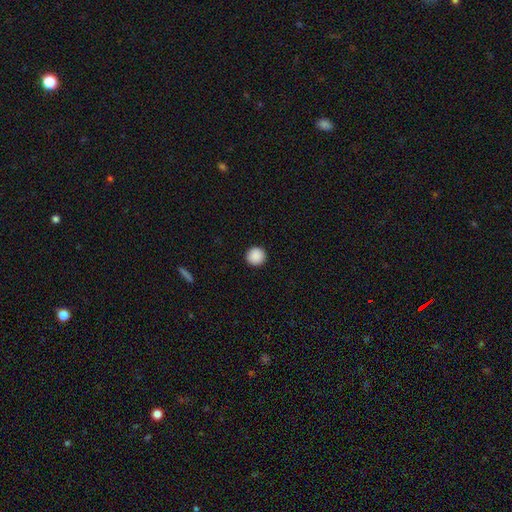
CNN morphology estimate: smooth-or-featured: smooth: 89% | star or artifact: 8% | featured or disk: 2%
  how-rounded: round: 96% | in between: 3% | cigar-shaped: 1%
  merging: none: 94% | minor disturbance: 4% | major disturbance: 2% | merger: 1%